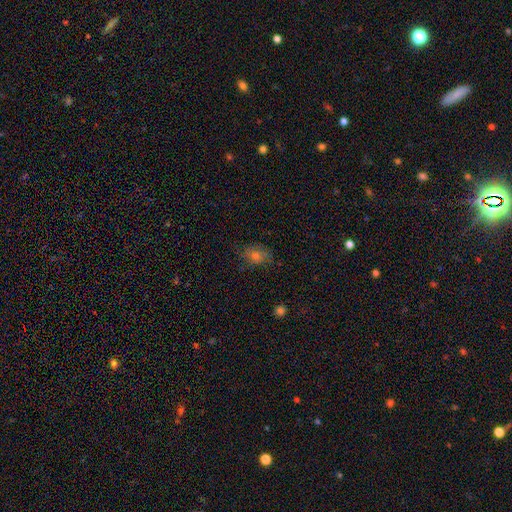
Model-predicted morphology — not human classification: This is possibly a smooth galaxy (53%). How rounded: possibly in between (53%). Merging: likely none (71%).